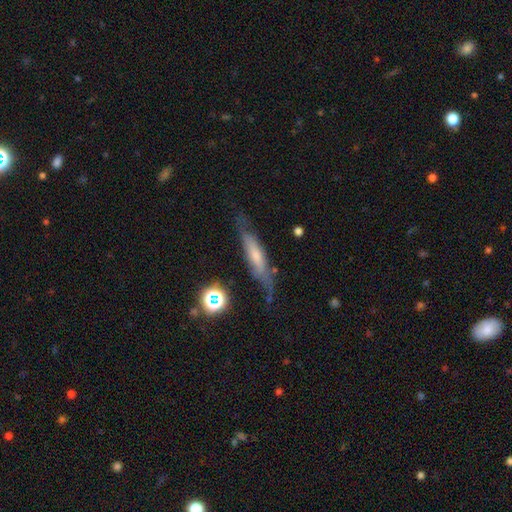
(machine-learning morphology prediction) This appears to be a featured or disk galaxy (50%). Merging: none (63%).